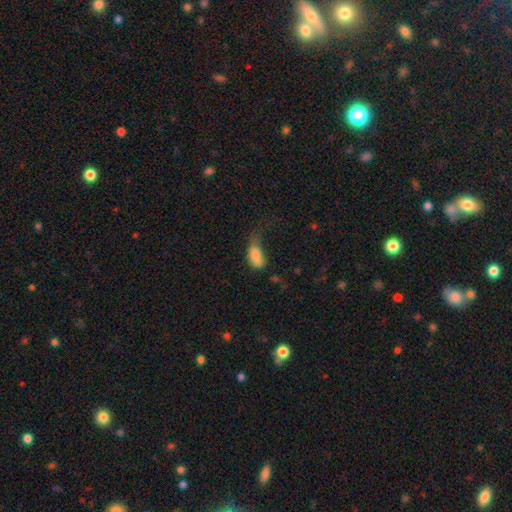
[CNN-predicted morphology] A smooth galaxy with no disk features (80%) that is in between round and cigar-shaped (88%). Merging: major disturbance (43%).